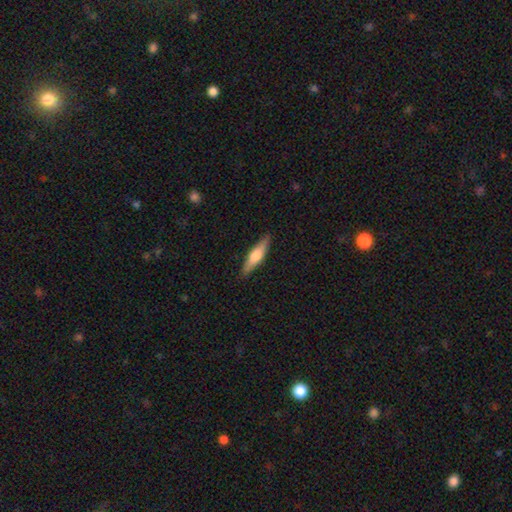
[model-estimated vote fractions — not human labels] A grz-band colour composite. It shows a smooth galaxy with no disk features (53%) that is cigar-shaped (77%). Merging: none (88%).